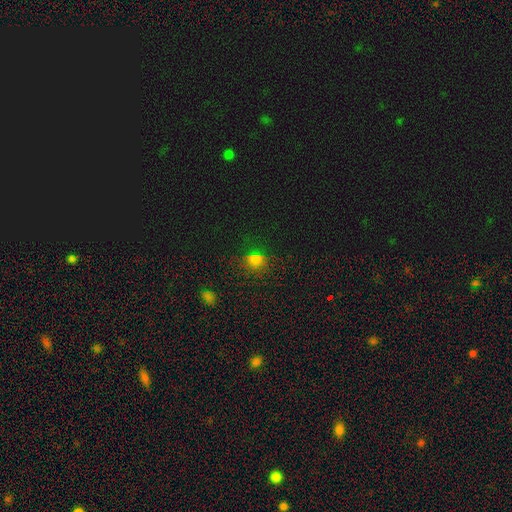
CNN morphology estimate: Smooth or featured?
  - smooth: 62% *
  - star or artifact: 32%
  - featured or disk: 6%
How rounded?
  - round: 72% *
  - in between: 26%
  - cigar-shaped: 2%
Merging?
  - none: 80% *
  - minor disturbance: 12%
  - major disturbance: 4%
  - merger: 3%